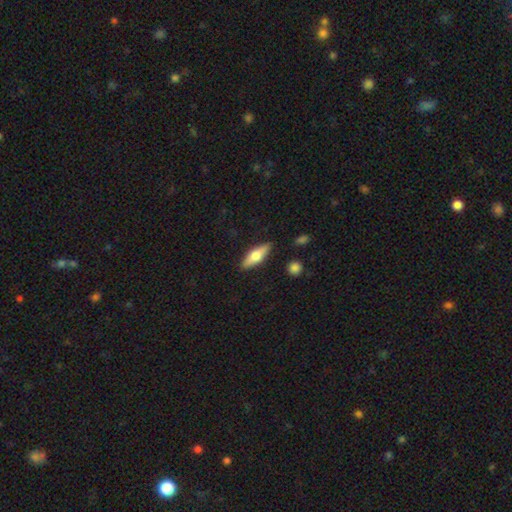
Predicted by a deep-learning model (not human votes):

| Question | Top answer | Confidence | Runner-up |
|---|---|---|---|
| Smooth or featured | smooth | 55% | featured or disk (39%) |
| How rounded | in between | 52% | cigar-shaped (45%) |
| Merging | none | 87% | minor disturbance (9%) |